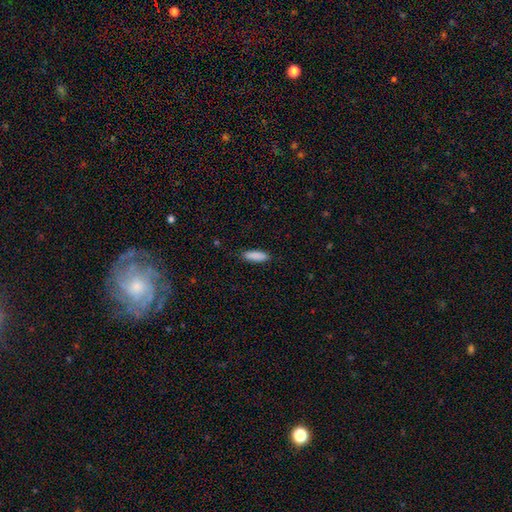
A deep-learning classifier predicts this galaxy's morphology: smooth-or-featured: smooth: 89% | star or artifact: 6% | featured or disk: 5%
  how-rounded: in between: 50% | cigar-shaped: 48% | round: 1%
  merging: none: 88% | minor disturbance: 9% | major disturbance: 2% | merger: 1%